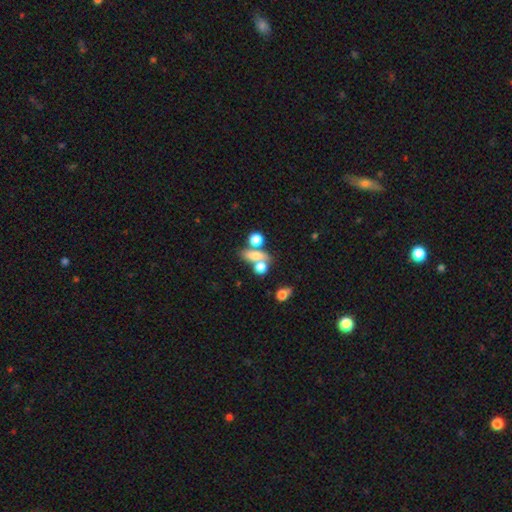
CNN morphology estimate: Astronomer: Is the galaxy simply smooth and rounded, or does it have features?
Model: smooth — 67%.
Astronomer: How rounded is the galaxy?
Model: in between — 57% (runner-up: round, 34%).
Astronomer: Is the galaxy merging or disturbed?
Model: merger — 45% (runner-up: none, 36%).